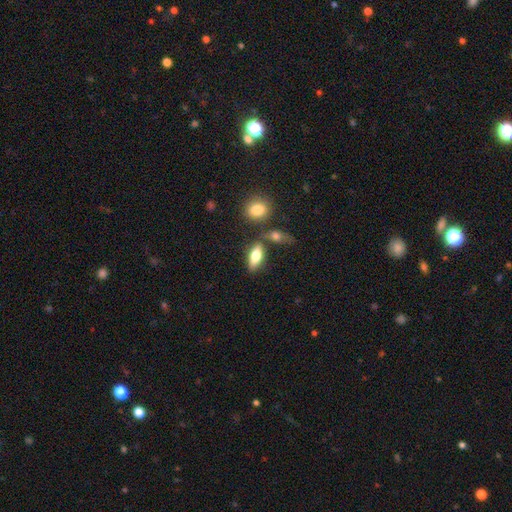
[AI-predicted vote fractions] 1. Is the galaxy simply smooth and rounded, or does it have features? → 71% smooth, 22% featured or disk, 7% star or artifact.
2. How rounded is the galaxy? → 78% in between, 17% cigar-shaped, 5% round.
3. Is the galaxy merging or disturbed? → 66% none, 16% merger, 13% minor disturbance, 5% major disturbance.